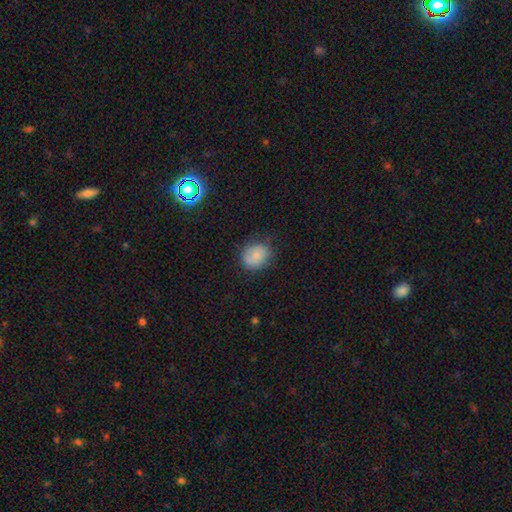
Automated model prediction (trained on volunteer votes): Smooth or featured? smooth (76%)
How rounded? round (63%)
Merging? none (72%)